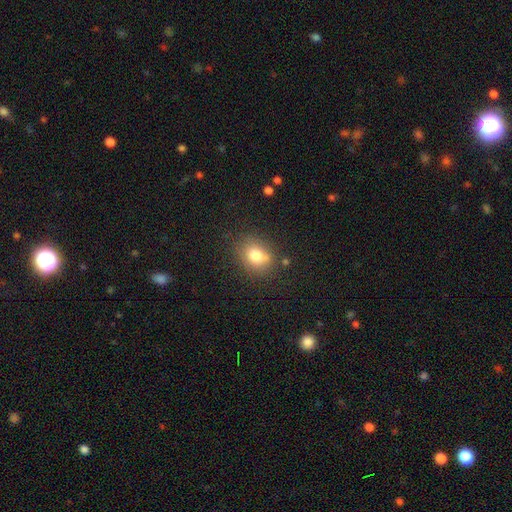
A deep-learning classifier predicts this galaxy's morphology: Smooth or featured? smooth (78%)
How rounded? round (52%)
Merging? none (71%)